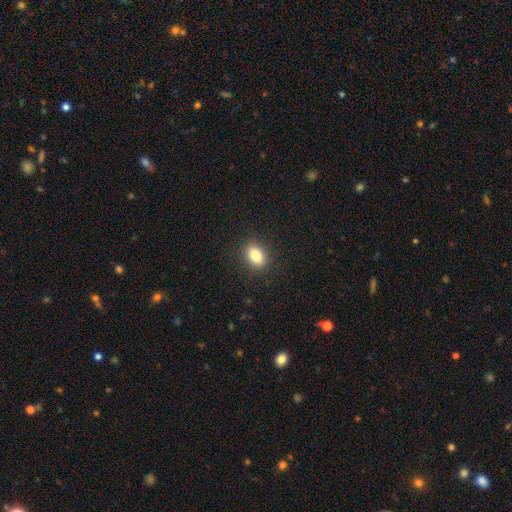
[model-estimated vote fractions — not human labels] A smooth galaxy with no disk features (82%) that is in between round and cigar-shaped (74%). Merging: none (89%).